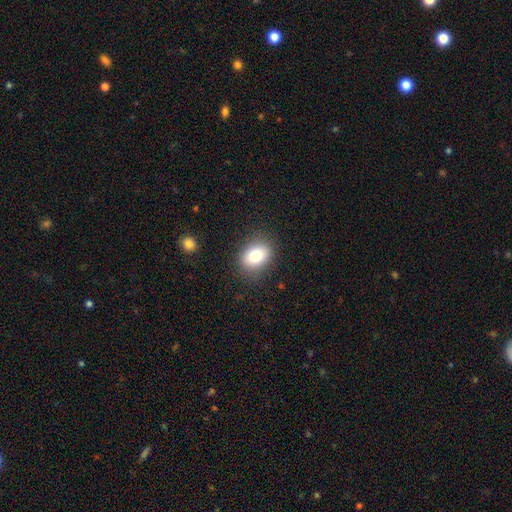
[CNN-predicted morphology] A smooth galaxy with no disk features (81%) that is in between round and cigar-shaped (71%).

Vote fractions:
- Smooth or featured? smooth: 81% / featured or disk: 10% / star or artifact: 9%
- How rounded? in between: 71% / round: 28% / cigar-shaped: 1%
- Merging? none: 86% / minor disturbance: 10% / major disturbance: 3% / merger: 1%